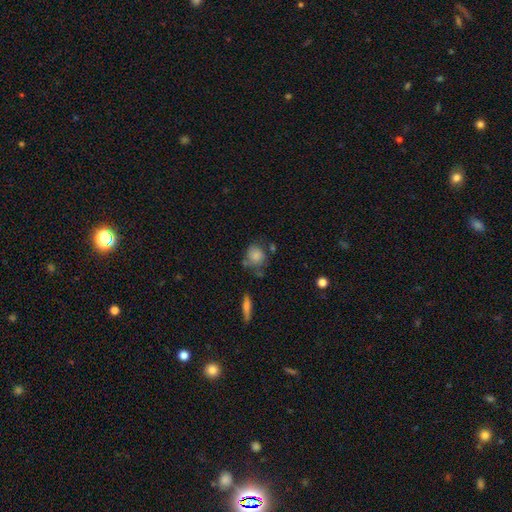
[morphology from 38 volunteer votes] smooth-or-featured: smooth: 63% | featured or disk: 32% | star or artifact: 5%
  how-rounded: round: 46% (tied) | in between: 46% (tied) | cigar-shaped: 8%
  merging: minor disturbance: 31% | none: 28% | merger: 25% | major disturbance: 17%